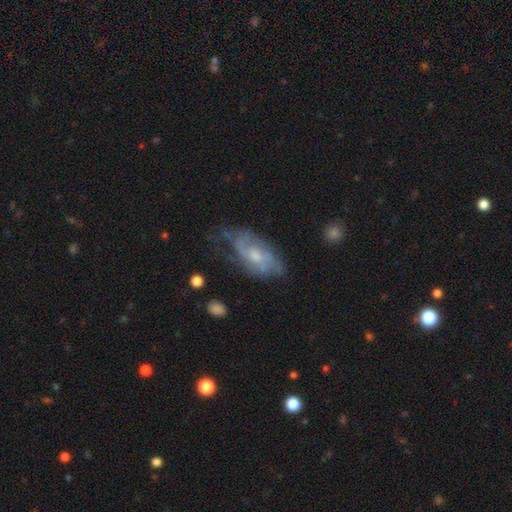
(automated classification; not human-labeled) A featured or disk galaxy (67%) with no bar (64%), spiral arms (75%) and a moderate central bulge (51%). Merging: none (46%).